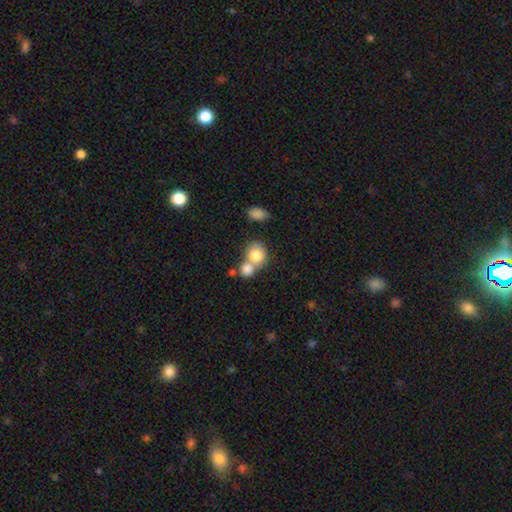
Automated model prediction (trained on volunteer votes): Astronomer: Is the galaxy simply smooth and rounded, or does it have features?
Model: smooth — 81%.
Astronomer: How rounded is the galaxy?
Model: round — 71%.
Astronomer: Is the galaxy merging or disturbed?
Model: merger — 57%.